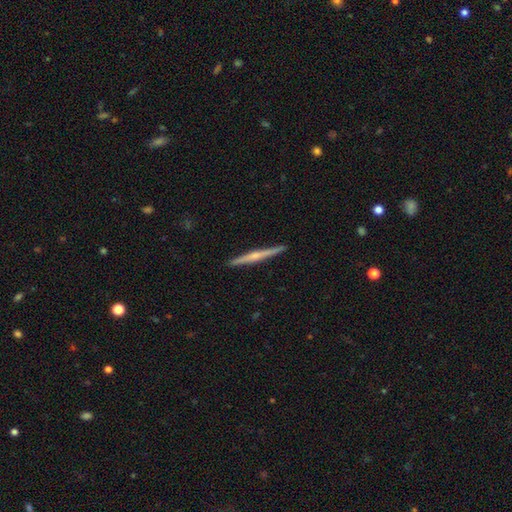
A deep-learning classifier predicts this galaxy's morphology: smooth_or_featured: featured or disk (p=0.69) [alt: smooth p=0.26]
disk_edge_on: yes (p=0.98) [alt: no p=0.02]
edge_on_bulge: rounded (p=0.70) [alt: none p=0.23]
merging: none (p=0.92) [alt: minor disturbance p=0.06]